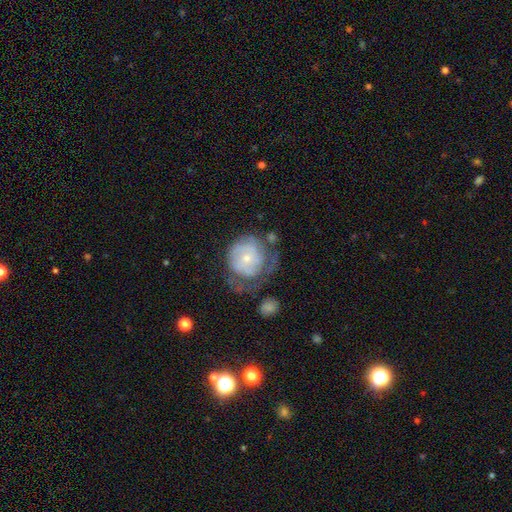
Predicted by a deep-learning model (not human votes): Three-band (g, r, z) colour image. It shows a featured or disk galaxy (68%) with no bar (73%), tight (70%) spiral arms (83%) and a small central bulge (69%). Merging: none (59%).